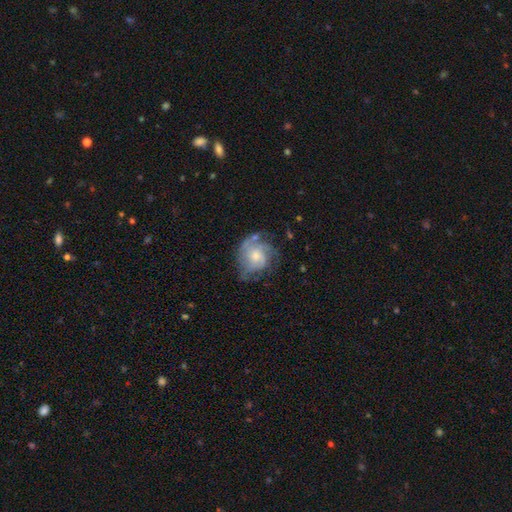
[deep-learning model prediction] smooth_or_featured: featured or disk (p=0.66) [alt: smooth p=0.27]
disk_edge_on: no (p=0.98) [alt: yes p=0.02]
bar: no (p=0.76) [alt: weak p=0.21]
has_spiral_arms: yes (p=0.83) [alt: no p=0.17]
spiral_winding: tight (p=0.46) [alt: medium p=0.38]
spiral_arm_count: can't tell (p=0.36) [alt: 2 p=0.24]
bulge_size: moderate (p=0.50) [alt: small p=0.37]
merging: none (p=0.52) [alt: minor disturbance p=0.26]